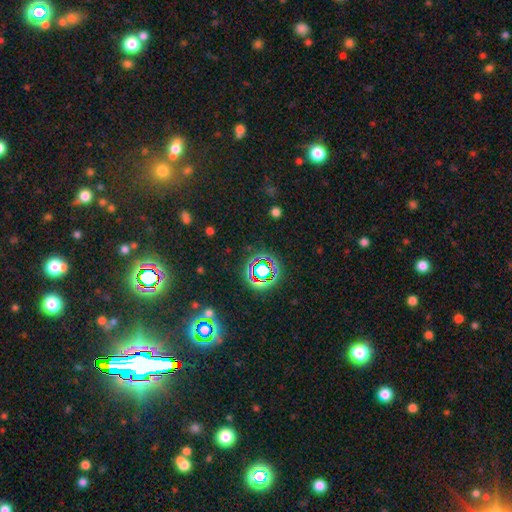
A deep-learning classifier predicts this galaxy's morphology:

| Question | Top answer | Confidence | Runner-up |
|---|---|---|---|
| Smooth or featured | star or artifact | 77% | smooth (14%) |